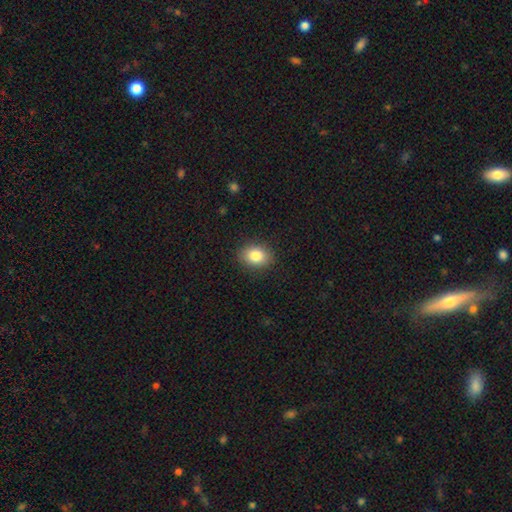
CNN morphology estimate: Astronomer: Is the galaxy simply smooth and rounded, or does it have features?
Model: smooth — 84%.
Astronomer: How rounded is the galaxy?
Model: in between — 64%.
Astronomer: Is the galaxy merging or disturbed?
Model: none — 89%.